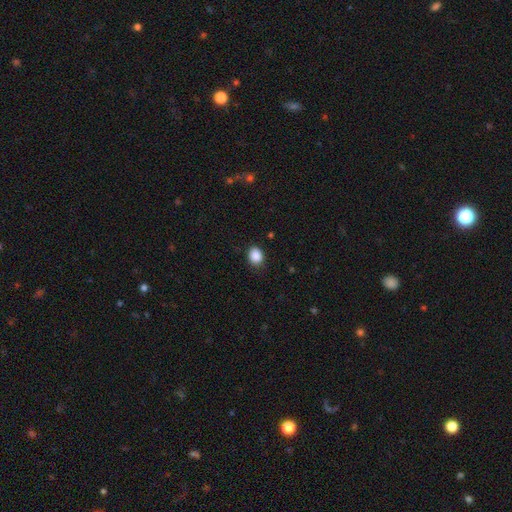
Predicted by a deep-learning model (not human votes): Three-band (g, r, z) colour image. It shows a smooth galaxy with no disk features (88%) that is round (55%). Merging: none (84%).